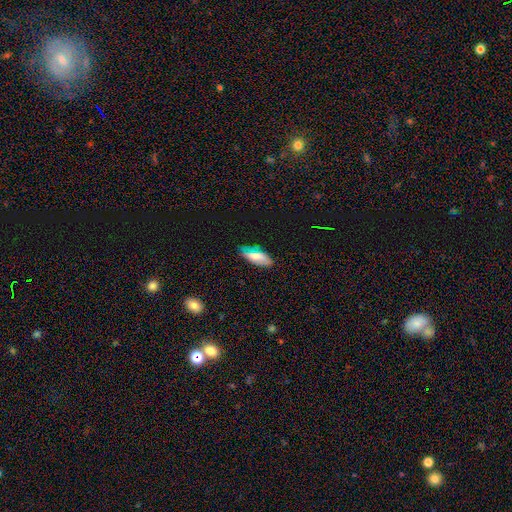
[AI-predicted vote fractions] A smooth galaxy with no disk features (67%) that is in between round and cigar-shaped (78%).

Vote fractions:
- Smooth or featured? smooth: 67% / featured or disk: 22% / star or artifact: 11%
- How rounded? in between: 78% / cigar-shaped: 19% / round: 3%
- Merging? none: 70% / minor disturbance: 23% / major disturbance: 5% / merger: 2%